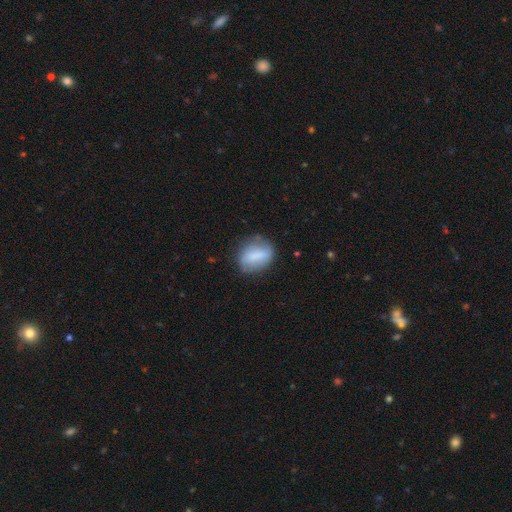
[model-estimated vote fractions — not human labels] Morphology: type=smooth (68%); roundness=in between (64%); merging=none (65%).